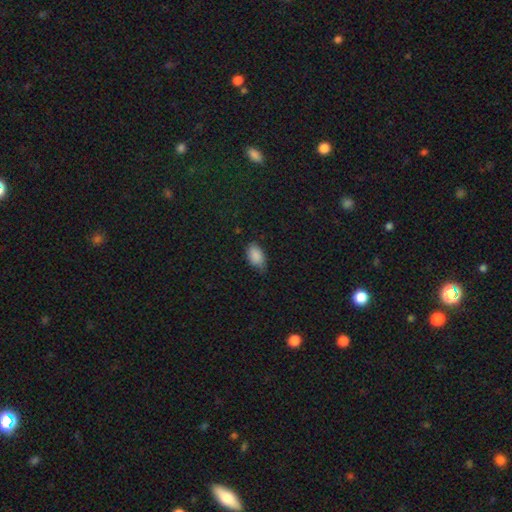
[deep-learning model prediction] This is clearly a smooth galaxy (88%). How rounded: clearly in between (92%). Merging: likely none (64%).